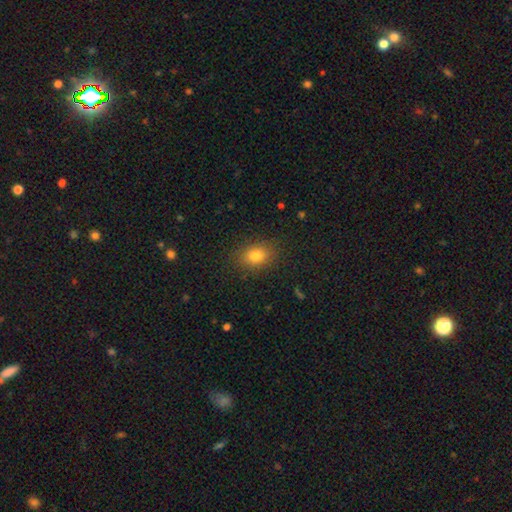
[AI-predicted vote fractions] Morphology: type=smooth (81%); roundness=in between (70%); merging=none (86%).